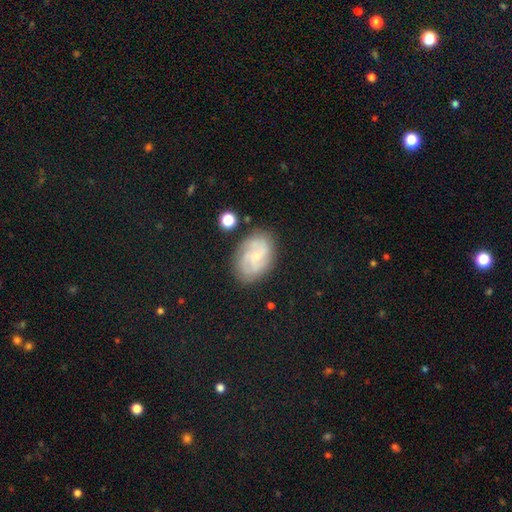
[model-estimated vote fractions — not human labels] Smooth or featured?
  - featured or disk: 68% *
  - smooth: 24%
  - star or artifact: 8%
Edge-on disk?
  - no: 97% *
  - yes: 3%
Bar?
  - no: 59% *
  - weak: 36%
  - strong: 5%
Spiral arms?
  - yes: 92% *
  - no: 8%
Spiral winding?
  - medium: 42% *
  - tight: 40%
  - loose: 18%
Spiral arm count?
  - can't tell: 29% *
  - 3: 27%
  - 2: 23%
  - 4: 11%
  - more than 4: 5%
  - 1: 5%
Bulge size?
  - small: 72% *
  - moderate: 18%
  - none: 7%
  - large: 1%
  - dominant: 1%
Merging?
  - none: 76% *
  - minor disturbance: 16%
  - major disturbance: 5%
  - merger: 3%